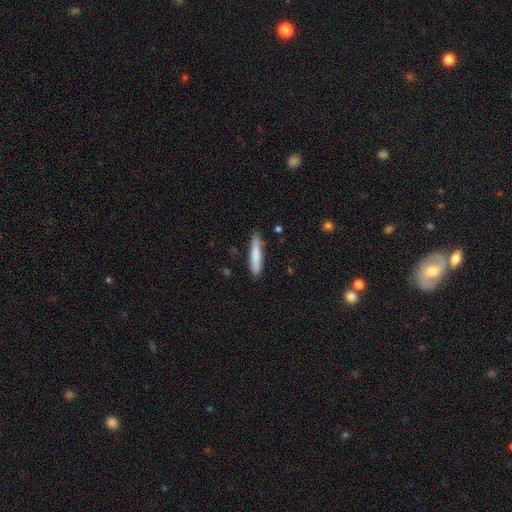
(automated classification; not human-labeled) Smooth or featured: smooth — 78% (featured or disk — 16%)
How rounded: cigar-shaped — 89% (in between — 9%)
Merging: none — 79% (minor disturbance — 16%)